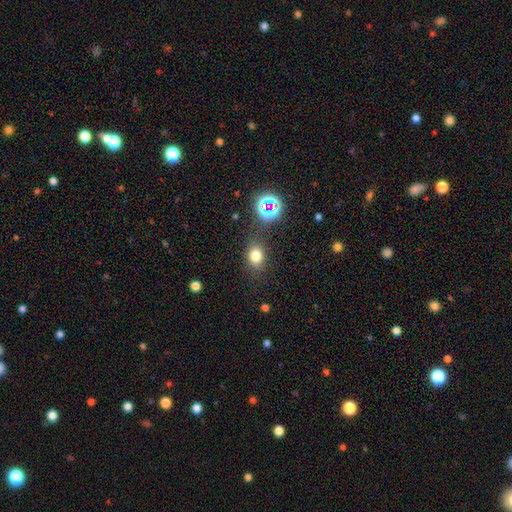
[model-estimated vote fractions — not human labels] smooth 75%, star or artifact 17%, featured or disk 8%. Down the decision tree: how rounded — in between (53%); merging — none (79%).